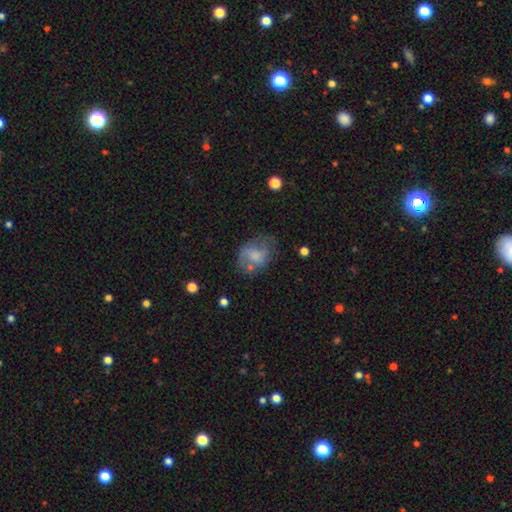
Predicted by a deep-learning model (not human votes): Smooth or featured? Predicted: smooth (p=0.48). Merging? Predicted: none (p=0.55).